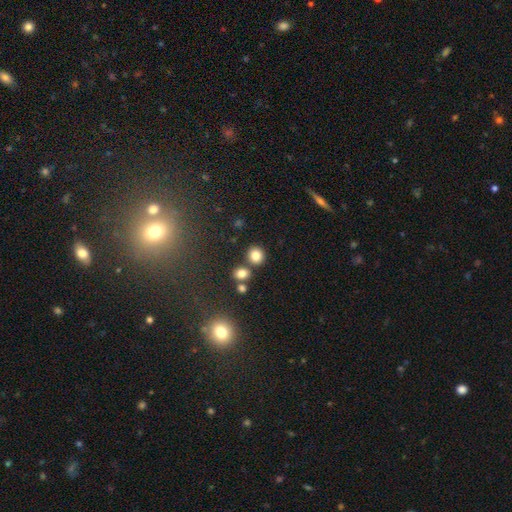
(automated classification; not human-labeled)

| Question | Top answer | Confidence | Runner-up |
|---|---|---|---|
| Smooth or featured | smooth | 81% | star or artifact (12%) |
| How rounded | round | 83% | in between (16%) |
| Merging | none | 74% | merger (14%) |